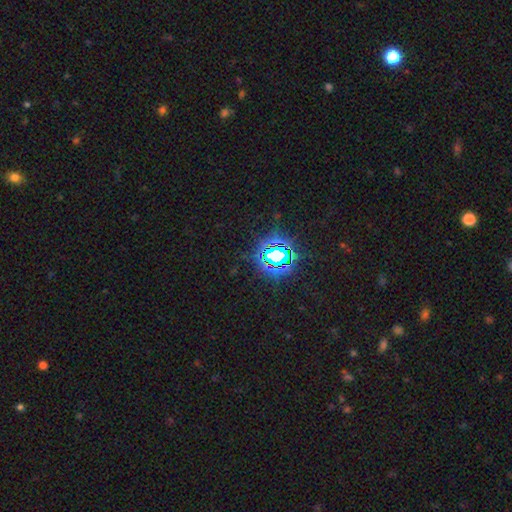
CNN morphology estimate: This is clearly a star or artifact rather than a galaxy (82%).